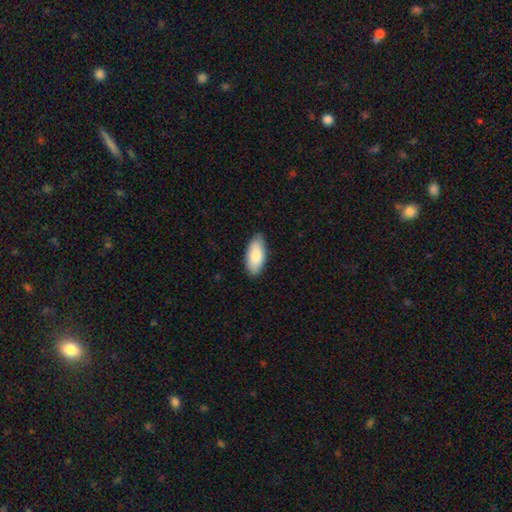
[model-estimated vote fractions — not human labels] A smooth galaxy with no disk features (84%) that is in between round and cigar-shaped (90%).

Vote fractions:
- Smooth or featured? smooth: 84% / featured or disk: 11% / star or artifact: 5%
- How rounded? in between: 90% / cigar-shaped: 8% / round: 2%
- Merging? none: 84% / minor disturbance: 13% / major disturbance: 2% / merger: 1%